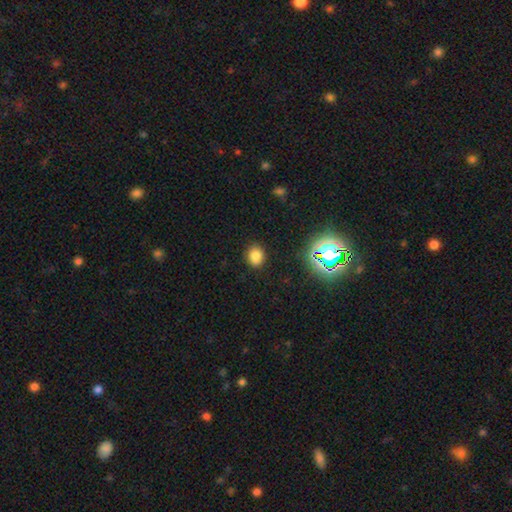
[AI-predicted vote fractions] Smooth or featured? smooth (78%)
How rounded? round (60%)
Merging? none (86%)